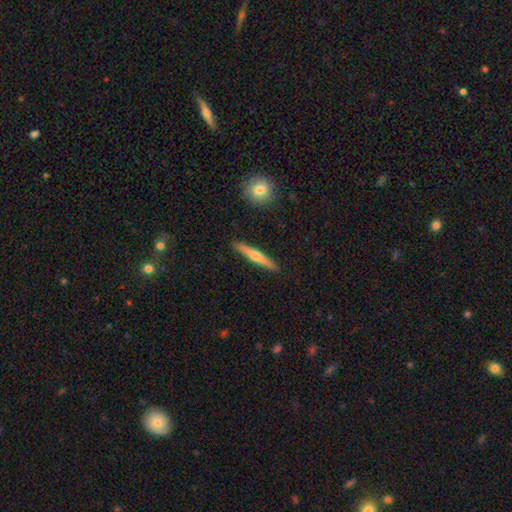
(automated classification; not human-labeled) This is possibly a featured or disk galaxy (59%). It is clearly viewed edge-on (97%). Edge-on bulge: clearly rounded (85%). Merging: clearly none (91%).